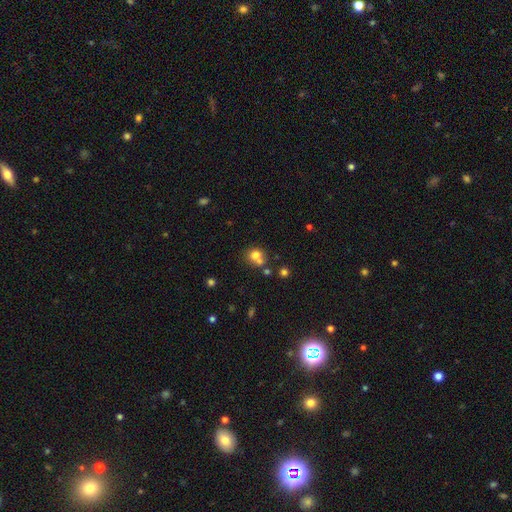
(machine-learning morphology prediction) This appears to be a smooth galaxy with no disk features (74%) that is round (78%). Merging: none (47%).